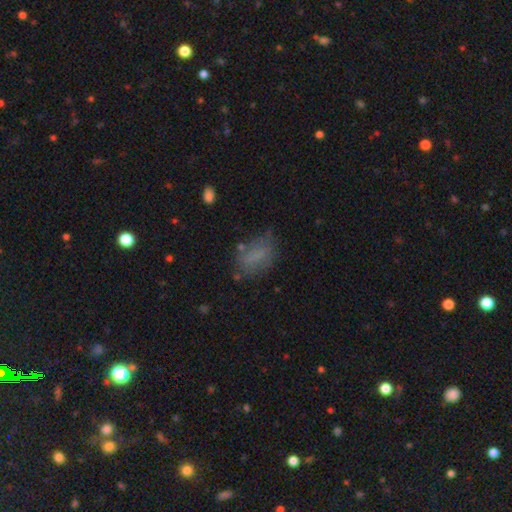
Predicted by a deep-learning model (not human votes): Smooth or featured: smooth — 68% (featured or disk — 19%)
How rounded: in between — 85% (round — 9%)
Merging: none — 58% (minor disturbance — 25%)